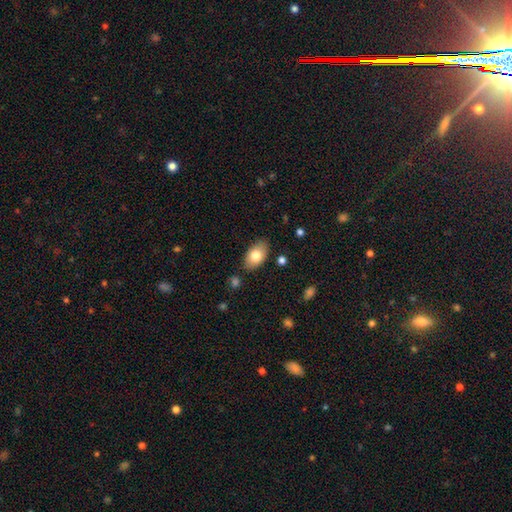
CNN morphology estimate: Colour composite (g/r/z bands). It shows a smooth galaxy with no disk features (78%) that is in between round and cigar-shaped (92%). Merging: none (83%).